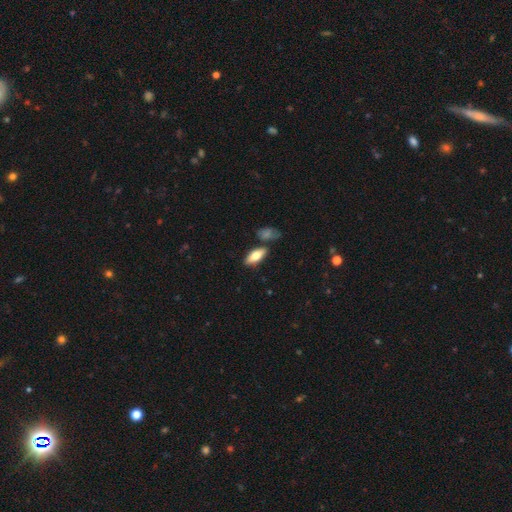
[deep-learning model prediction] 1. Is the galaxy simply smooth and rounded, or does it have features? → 72% smooth, 22% featured or disk, 6% star or artifact.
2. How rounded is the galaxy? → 78% in between, 19% cigar-shaped, 3% round.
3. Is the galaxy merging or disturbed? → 77% none, 13% minor disturbance, 7% merger, 3% major disturbance.